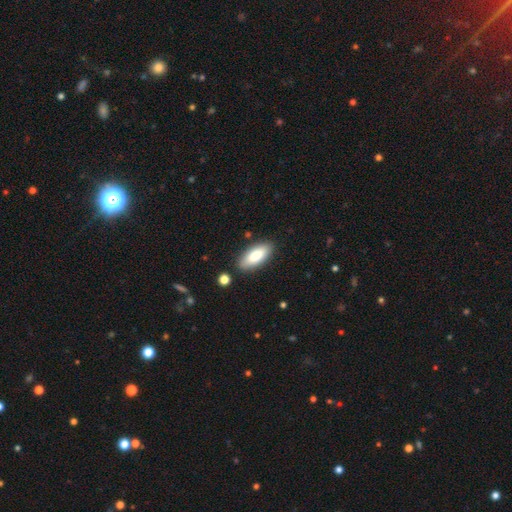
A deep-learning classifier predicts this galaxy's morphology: The model was most divided on "smooth or featured": smooth: 80%, featured or disk: 14%, star or artifact: 6%. More confident: merging — none (86%); how rounded — in between (83%).